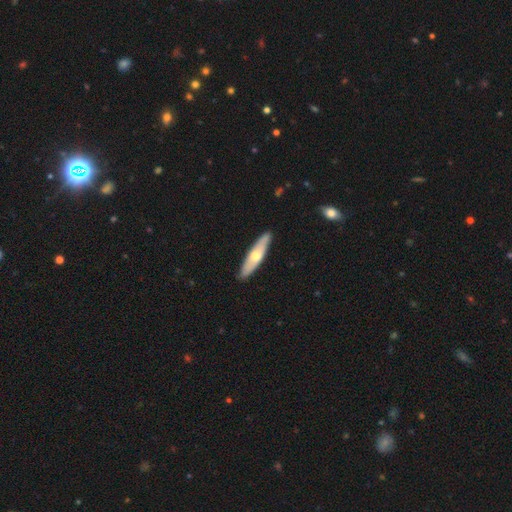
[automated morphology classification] Smooth or featured? Predicted: smooth (p=0.51). How rounded? Predicted: cigar-shaped (p=0.74). Merging? Predicted: none (p=0.89).